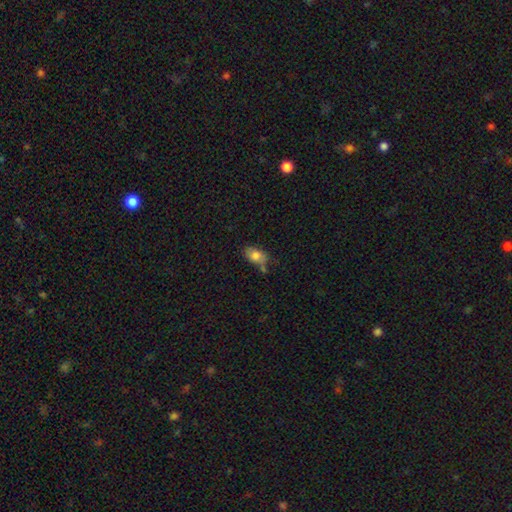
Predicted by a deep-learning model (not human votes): smooth 78%, featured or disk 14%, star or artifact 9%. Down the decision tree: how rounded — in between (86%); merging — none (52%).